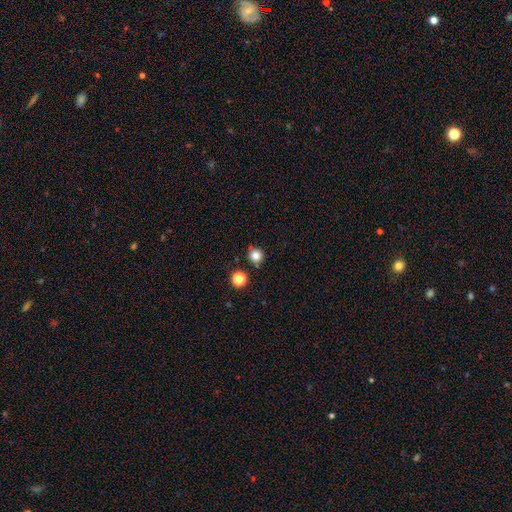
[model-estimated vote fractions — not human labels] Smooth or featured? Predicted: smooth (p=0.82). How rounded? Predicted: round (p=0.93). Merging? Predicted: none (p=0.85).